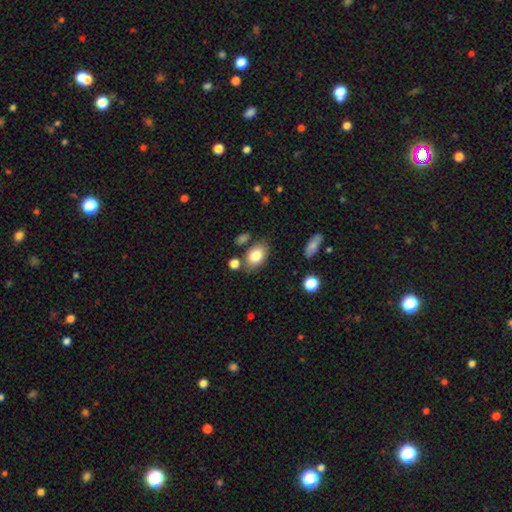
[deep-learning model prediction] Smooth or featured?
  - smooth: 81% *
  - featured or disk: 11%
  - star or artifact: 8%
How rounded?
  - in between: 84% *
  - round: 15%
  - cigar-shaped: 1%
Merging?
  - none: 72% *
  - minor disturbance: 15%
  - merger: 8%
  - major disturbance: 4%